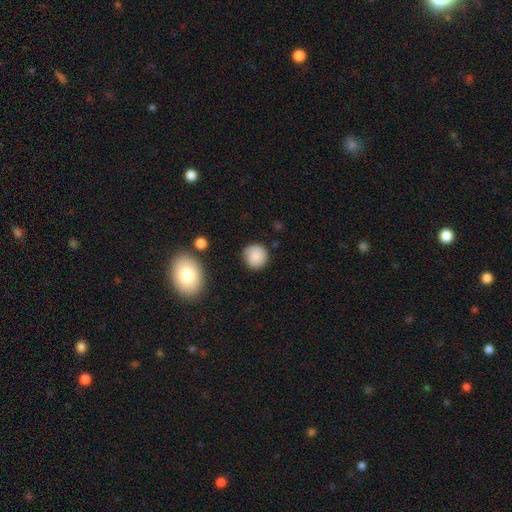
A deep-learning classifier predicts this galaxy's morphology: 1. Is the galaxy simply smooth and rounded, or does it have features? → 82% smooth, 9% featured or disk, 8% star or artifact.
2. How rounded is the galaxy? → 90% round, 9% in between, 1% cigar-shaped.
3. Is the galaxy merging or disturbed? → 77% none, 17% minor disturbance, 4% major disturbance, 2% merger.